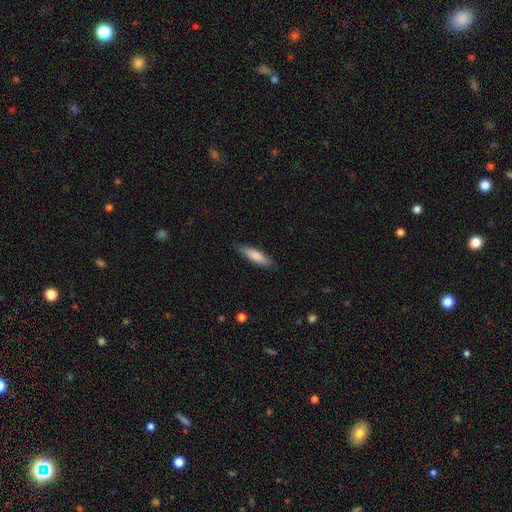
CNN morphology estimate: type=smooth (79%); roundness=cigar-shaped (72%); merging=none (87%).